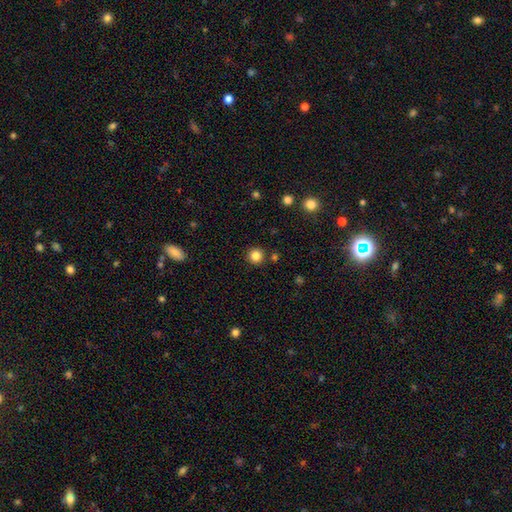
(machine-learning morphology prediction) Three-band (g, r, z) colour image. It shows a smooth galaxy with no disk features (83%) that is round (95%). Merging: none (90%).